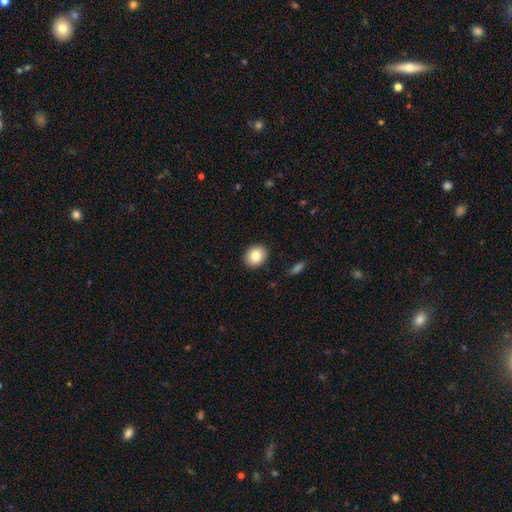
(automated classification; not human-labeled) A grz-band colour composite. It shows a smooth galaxy with no disk features (83%) that is round (62%). Merging: none (90%).